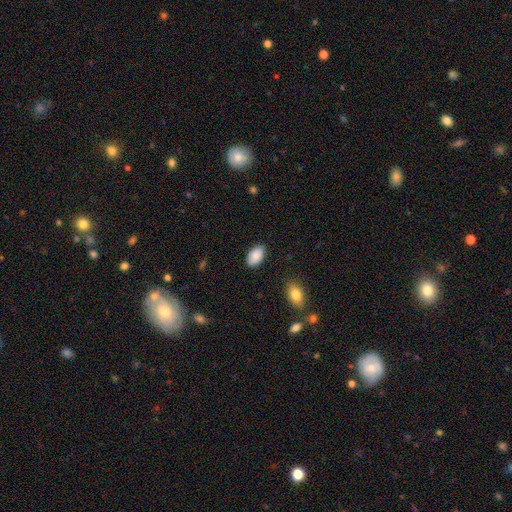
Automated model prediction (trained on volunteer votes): The model was most divided on "merging": none: 85%, minor disturbance: 11%, major disturbance: 2%, merger: 1%. More confident: how rounded — in between (94%); smooth or featured — smooth (89%).